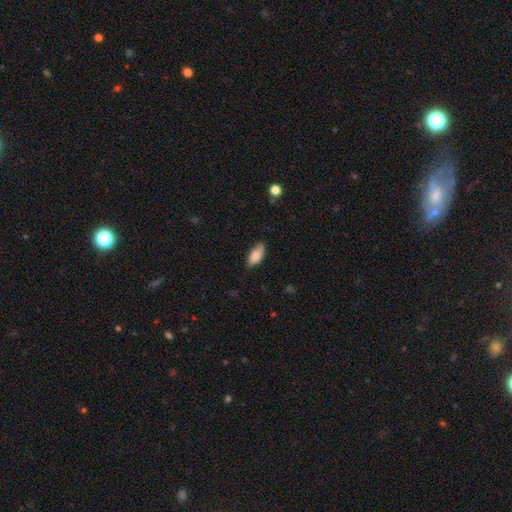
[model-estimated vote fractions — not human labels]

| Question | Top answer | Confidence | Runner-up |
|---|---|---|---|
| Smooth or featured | smooth | 85% | featured or disk (9%) |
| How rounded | in between | 89% | cigar-shaped (9%) |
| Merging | none | 72% | minor disturbance (23%) |